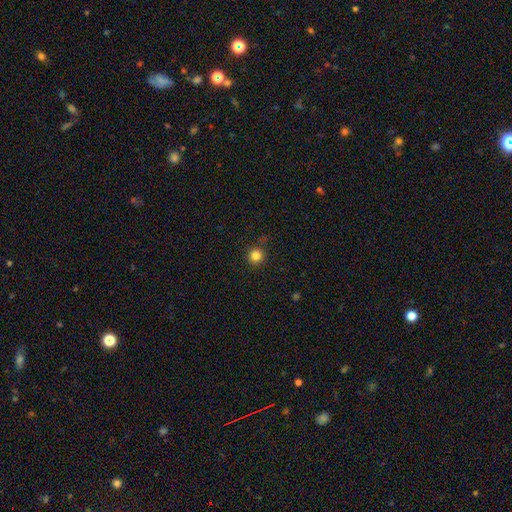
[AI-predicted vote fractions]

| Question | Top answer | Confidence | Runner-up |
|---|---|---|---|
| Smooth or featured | smooth | 83% | star or artifact (13%) |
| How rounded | round | 95% | in between (4%) |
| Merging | none | 89% | minor disturbance (8%) |